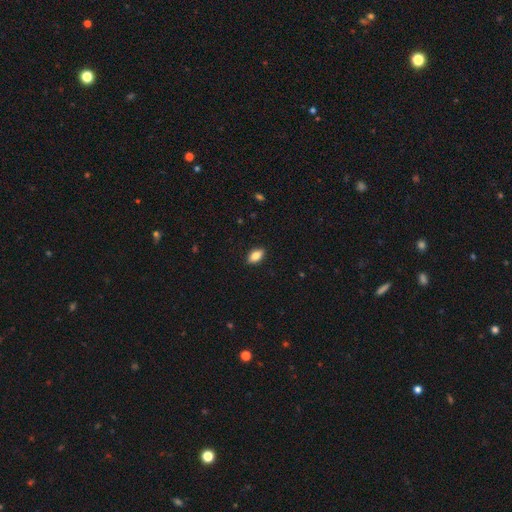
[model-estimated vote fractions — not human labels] Morphology: type=smooth (78%); roundness=in between (88%); merging=none (89%).